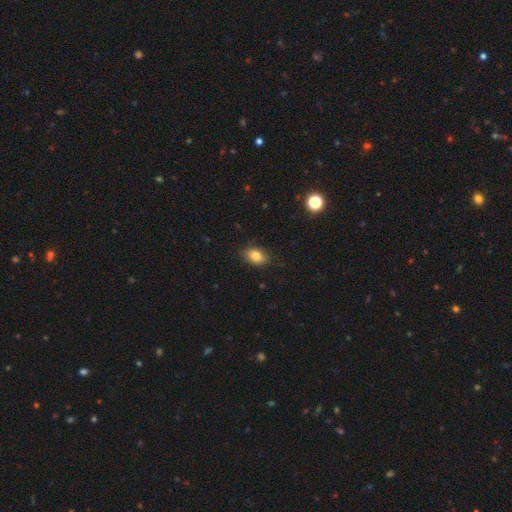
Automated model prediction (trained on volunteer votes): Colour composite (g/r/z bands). It shows a smooth galaxy with no disk features (83%) that is in between round and cigar-shaped (81%). Merging: none (84%).